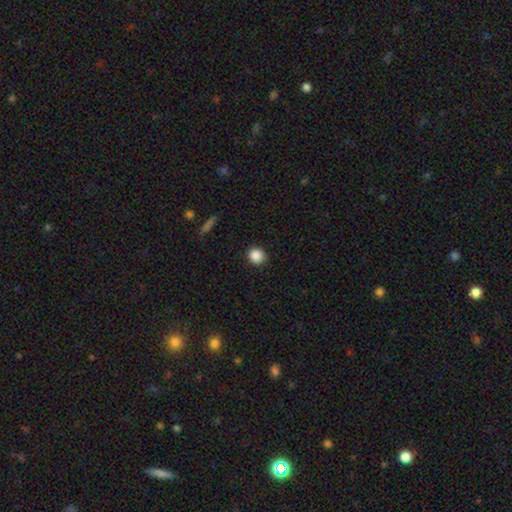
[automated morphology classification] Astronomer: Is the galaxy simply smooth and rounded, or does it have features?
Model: smooth — 87%.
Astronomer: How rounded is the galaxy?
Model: round — 91%.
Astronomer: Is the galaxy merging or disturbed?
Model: none — 91%.